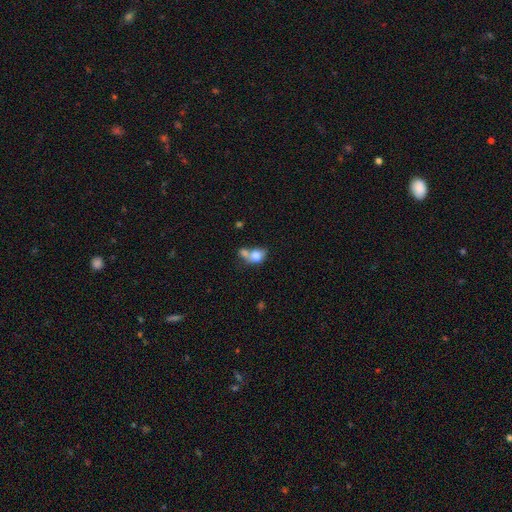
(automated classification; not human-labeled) This is likely a smooth galaxy (77%). How rounded: possibly in between (54%). Merging: possibly merger (59%).